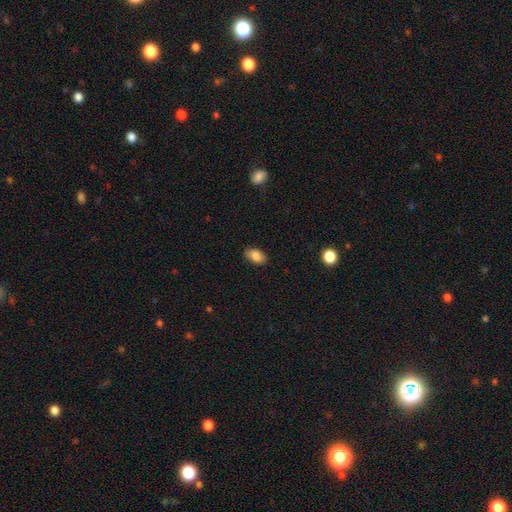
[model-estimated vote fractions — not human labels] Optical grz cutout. It shows a smooth galaxy with no disk features (86%) that is in between round and cigar-shaped (91%). Merging: none (84%).